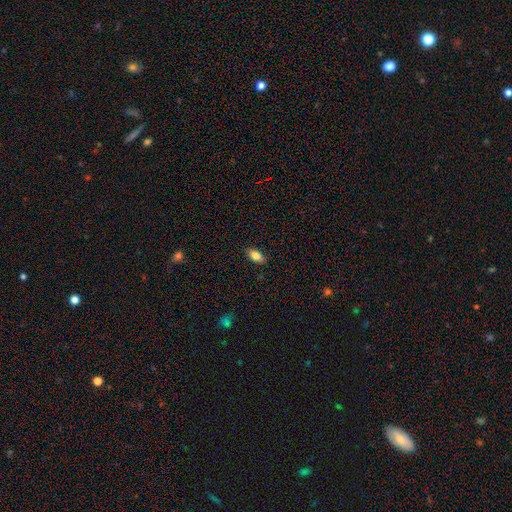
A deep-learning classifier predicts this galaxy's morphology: smooth 80%, featured or disk 13%, star or artifact 8%. Down the decision tree: how rounded — in between (88%); merging — none (88%).